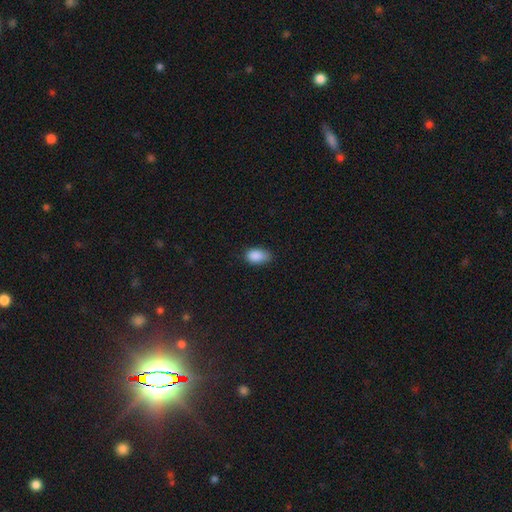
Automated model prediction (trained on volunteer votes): The model was most divided on "merging": none: 66%, minor disturbance: 28%, major disturbance: 4%, merger: 1%. More confident: how rounded — in between (90%); smooth or featured — smooth (88%).